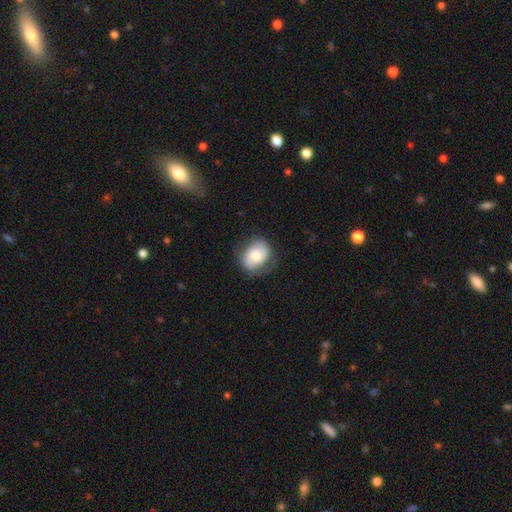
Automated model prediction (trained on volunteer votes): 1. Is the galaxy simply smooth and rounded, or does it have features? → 68% smooth, 25% featured or disk, 7% star or artifact.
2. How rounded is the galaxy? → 55% in between, 44% round, 1% cigar-shaped.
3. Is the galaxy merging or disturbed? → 73% none, 20% minor disturbance, 6% major disturbance, 1% merger.